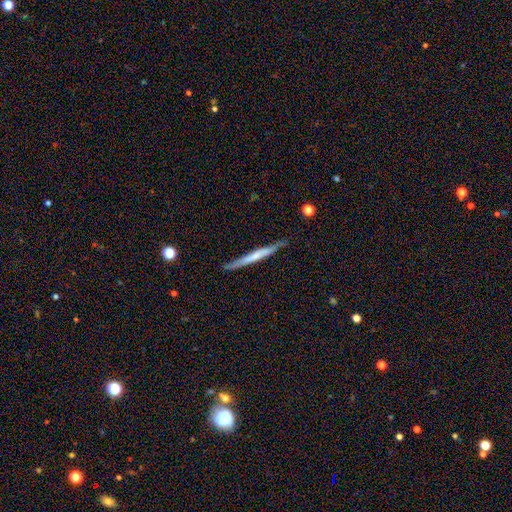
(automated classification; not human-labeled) Smooth or featured? Predicted: featured or disk (p=0.50). Merging? Predicted: none (p=0.81).